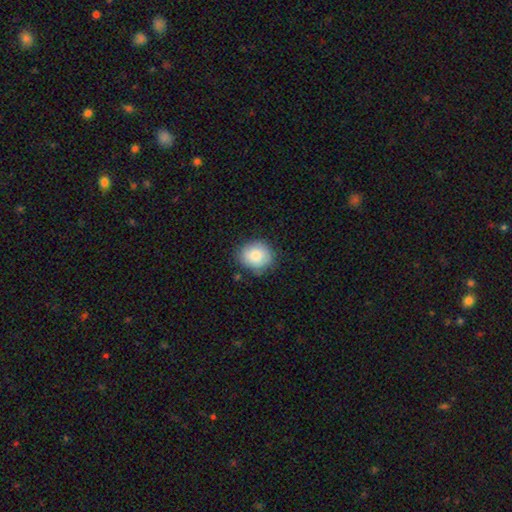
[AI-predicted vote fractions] smooth-or-featured: smooth: 81% | featured or disk: 12% | star or artifact: 7%
  how-rounded: round: 73% | in between: 27% | cigar-shaped: 1%
  merging: none: 77% | minor disturbance: 18% | major disturbance: 4% | merger: 2%